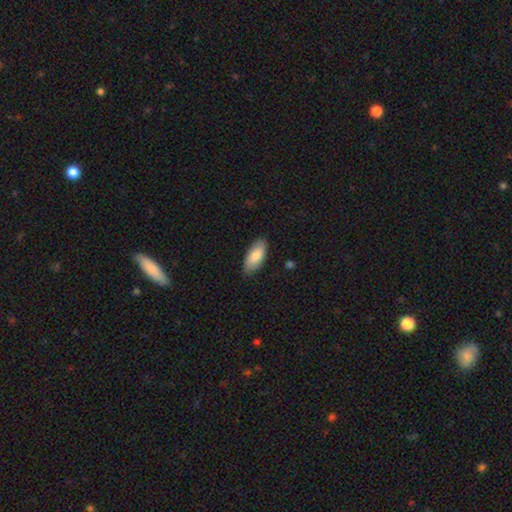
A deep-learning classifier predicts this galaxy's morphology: Smooth or featured?
  - smooth: 81% *
  - featured or disk: 13%
  - star or artifact: 5%
How rounded?
  - in between: 89% *
  - cigar-shaped: 9%
  - round: 2%
Merging?
  - none: 86% *
  - minor disturbance: 11%
  - major disturbance: 2%
  - merger: 1%